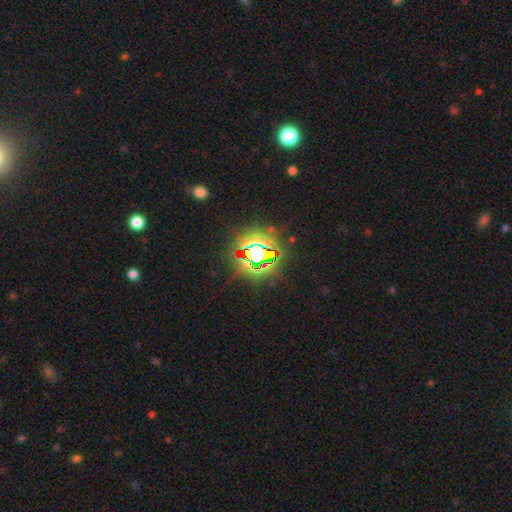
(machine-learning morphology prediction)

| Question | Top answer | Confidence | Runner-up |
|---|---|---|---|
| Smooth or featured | star or artifact | 82% | smooth (10%) |